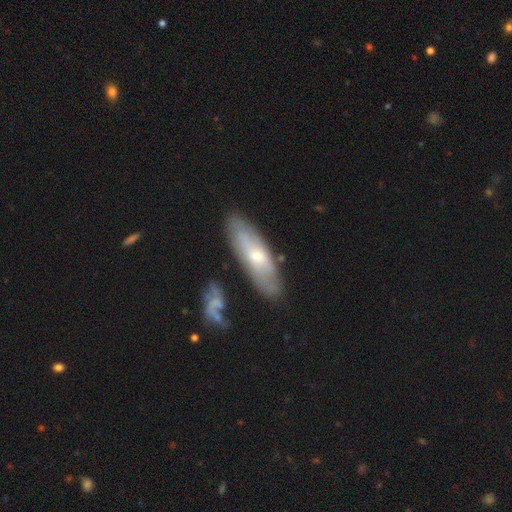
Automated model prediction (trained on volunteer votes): Smooth or featured?
  - featured or disk: 49% *
  - smooth: 45%
  - star or artifact: 6%
Merging?
  - none: 77% *
  - minor disturbance: 15%
  - merger: 5%
  - major disturbance: 3%